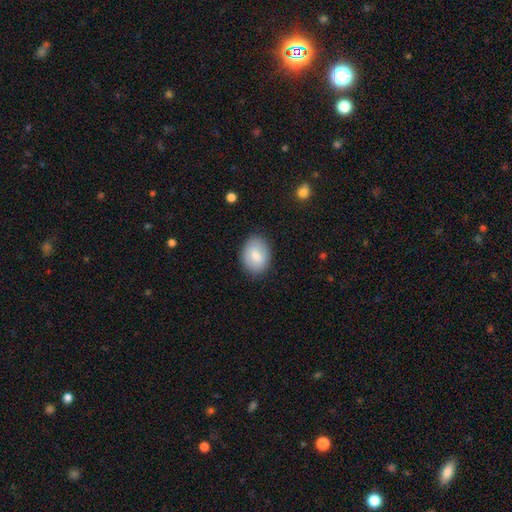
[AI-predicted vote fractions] smooth-or-featured: smooth: 77% | featured or disk: 16% | star or artifact: 7%
  how-rounded: in between: 70% | round: 29% | cigar-shaped: 1%
  merging: none: 84% | minor disturbance: 12% | major disturbance: 3% | merger: 1%